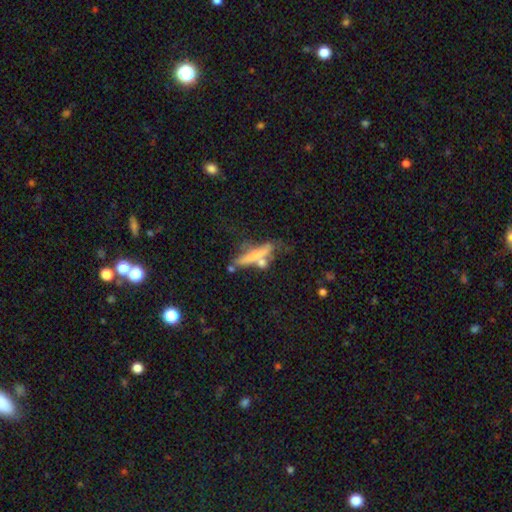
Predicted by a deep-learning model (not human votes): This is possibly a smooth galaxy (50%). Merging: marginally none (44%).